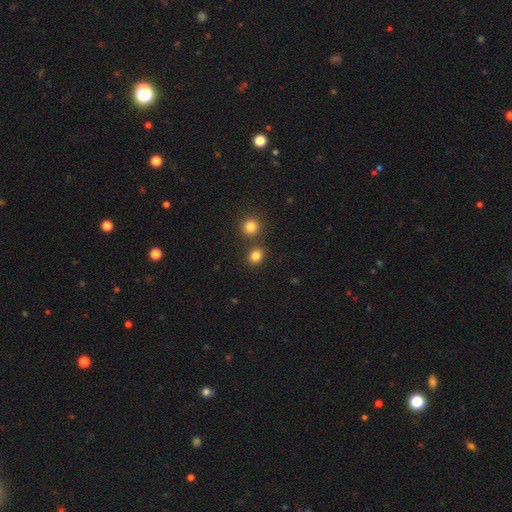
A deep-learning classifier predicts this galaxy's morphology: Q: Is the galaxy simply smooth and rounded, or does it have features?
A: smooth — 82%.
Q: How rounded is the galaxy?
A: round — 77%.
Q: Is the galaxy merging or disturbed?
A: none — 77%.